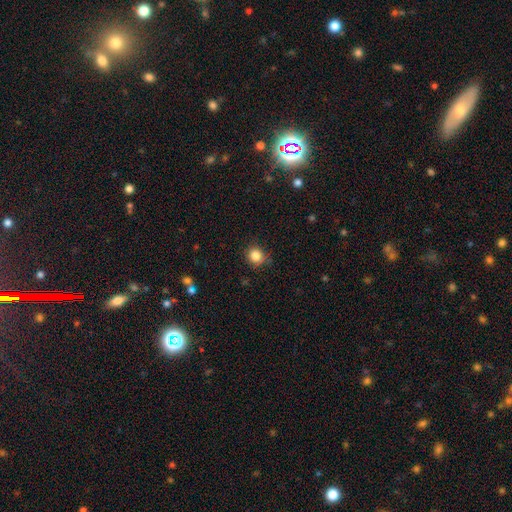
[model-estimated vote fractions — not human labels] Smooth or featured?
  - smooth: 85% *
  - star or artifact: 11%
  - featured or disk: 4%
How rounded?
  - round: 87% *
  - in between: 12%
  - cigar-shaped: 1%
Merging?
  - none: 81% *
  - minor disturbance: 14%
  - major disturbance: 3%
  - merger: 2%